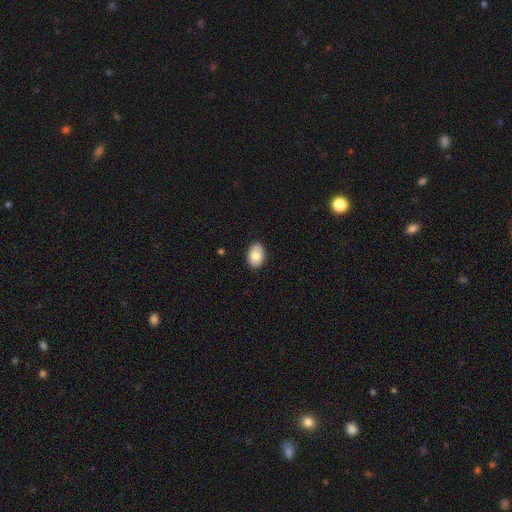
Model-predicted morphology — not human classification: This is clearly a smooth galaxy (82%). How rounded: clearly in between (83%). Merging: clearly none (88%).